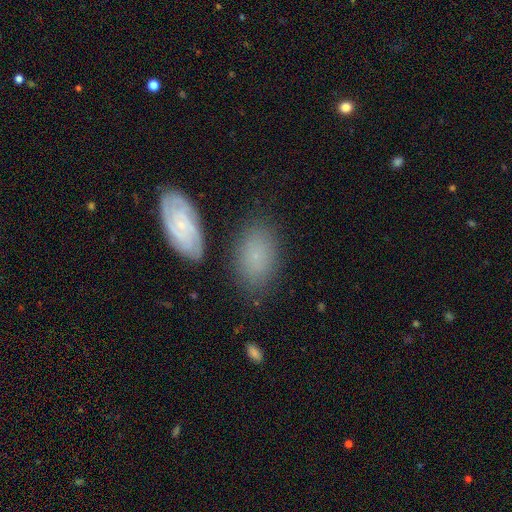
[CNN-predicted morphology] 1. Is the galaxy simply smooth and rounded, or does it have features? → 64% smooth, 24% featured or disk, 12% star or artifact.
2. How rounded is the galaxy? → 87% in between, 11% round, 2% cigar-shaped.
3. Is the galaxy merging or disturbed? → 73% none, 16% minor disturbance, 6% merger, 5% major disturbance.